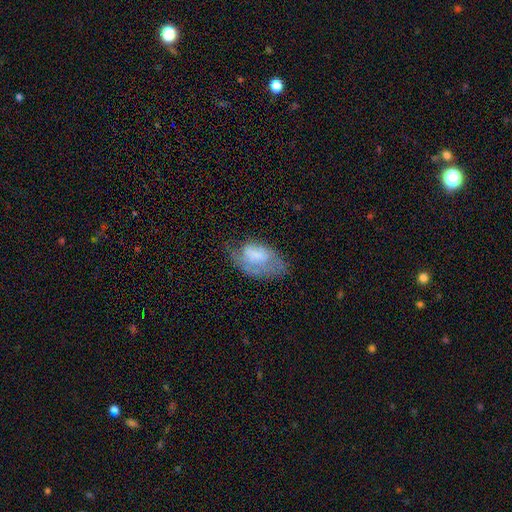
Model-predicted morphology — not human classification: A smooth galaxy with no disk features (50%) that is in between round and cigar-shaped (91%).

Vote fractions:
- Smooth or featured? smooth: 50% / featured or disk: 42% / star or artifact: 8%
- How rounded? in between: 91% / round: 7% / cigar-shaped: 2%
- Merging? none: 38% / minor disturbance: 31% / major disturbance: 29% / merger: 2%